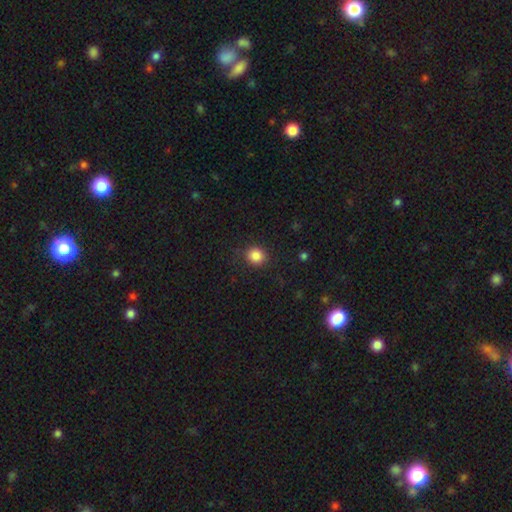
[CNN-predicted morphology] Overall: smooth (85%). How rounded: round (84%). Merging: none (86%).